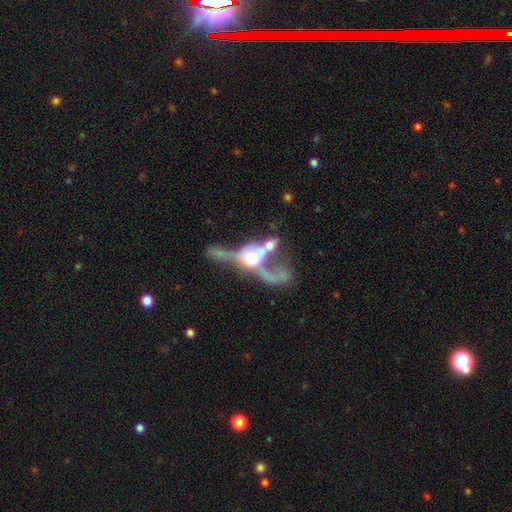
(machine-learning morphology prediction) A featured or disk galaxy (73%). Merging: merger (41%).